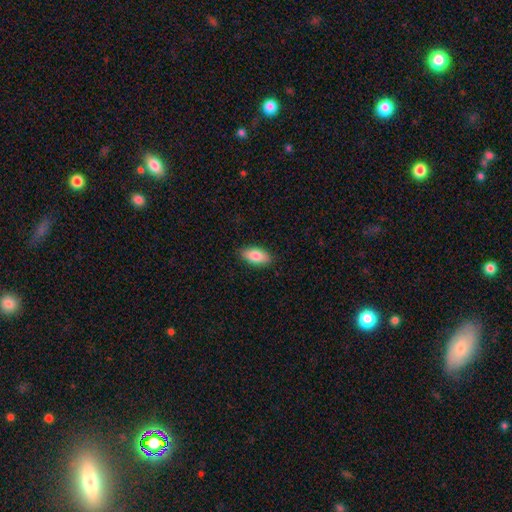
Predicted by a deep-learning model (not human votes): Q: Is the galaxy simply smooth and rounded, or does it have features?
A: smooth — 83%.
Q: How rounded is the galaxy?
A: in between — 89%.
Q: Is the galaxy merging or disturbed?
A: none — 88%.